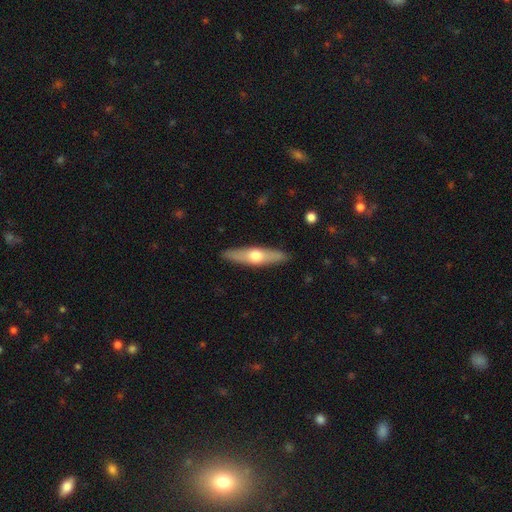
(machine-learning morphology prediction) A featured or disk galaxy (52%) viewed edge-on (88%). Merging: none (90%).